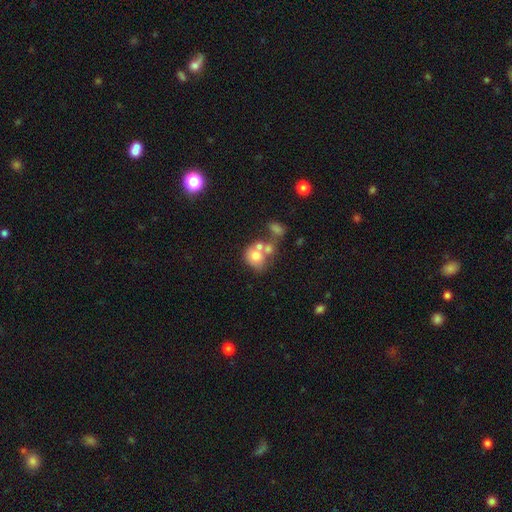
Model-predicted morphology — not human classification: A smooth galaxy with no disk features (64%) that is round (64%).

Vote fractions:
- Smooth or featured? smooth: 64% / featured or disk: 25% / star or artifact: 11%
- How rounded? round: 64% / in between: 35% / cigar-shaped: 1%
- Merging? merger: 50% / none: 30% / minor disturbance: 12% / major disturbance: 8%